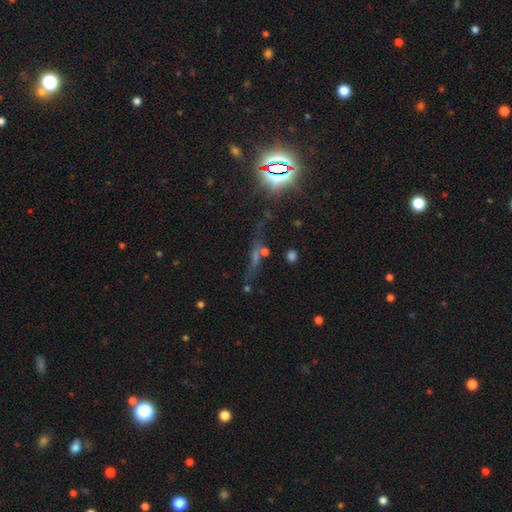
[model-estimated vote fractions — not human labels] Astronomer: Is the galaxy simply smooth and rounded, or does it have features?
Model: star or artifact — 50% (runner-up: featured or disk, 26%).